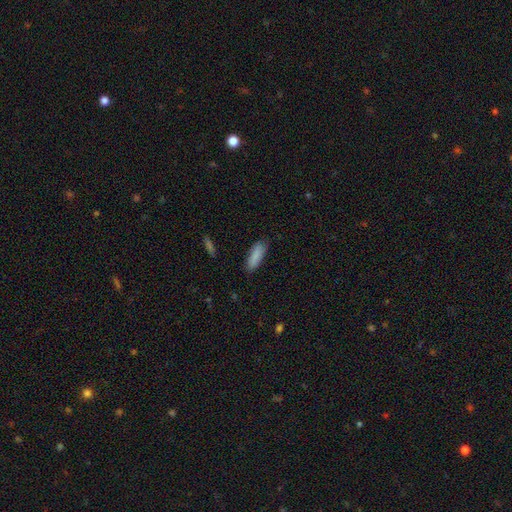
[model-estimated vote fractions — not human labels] Smooth or featured? smooth (87%)
How rounded? in between (58%)
Merging? none (78%)